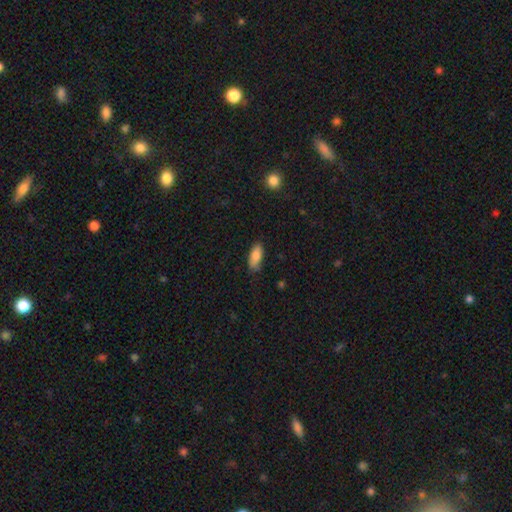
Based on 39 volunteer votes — This is likely a smooth galaxy (79%). How rounded: likely in between (74%). Merging: likely none (67%).